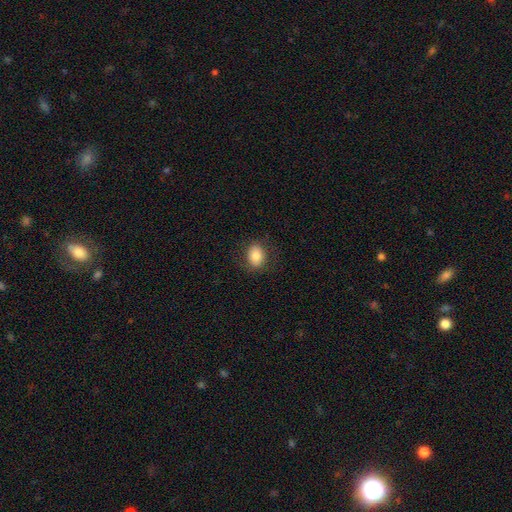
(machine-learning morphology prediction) Q: Smooth or featured?
A: smooth (83%); runner-up: featured or disk (9%)
Q: How rounded?
A: in between (56%); runner-up: round (43%)
Q: Merging?
A: none (83%); runner-up: minor disturbance (12%)